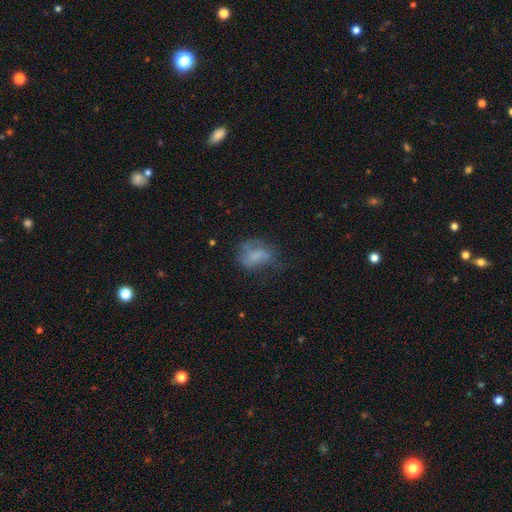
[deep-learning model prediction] Overall: smooth (56%; featured or disk 30%). How rounded: in between (73%). Merging: none (37%; major disturbance 31%).